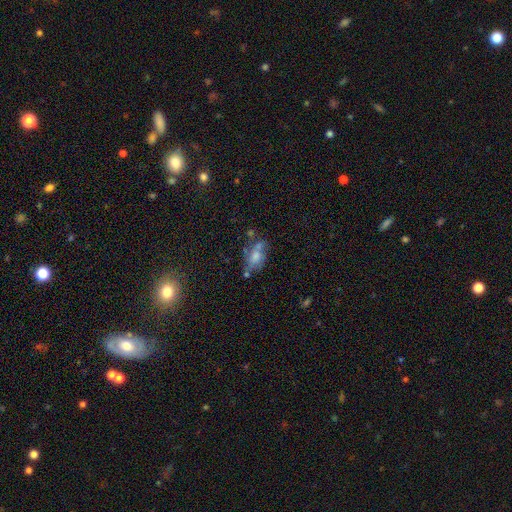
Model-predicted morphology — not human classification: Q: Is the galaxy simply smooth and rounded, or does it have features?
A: smooth — 56%.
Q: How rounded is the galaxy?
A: in between — 82%.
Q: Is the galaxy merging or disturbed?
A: none — 45%.